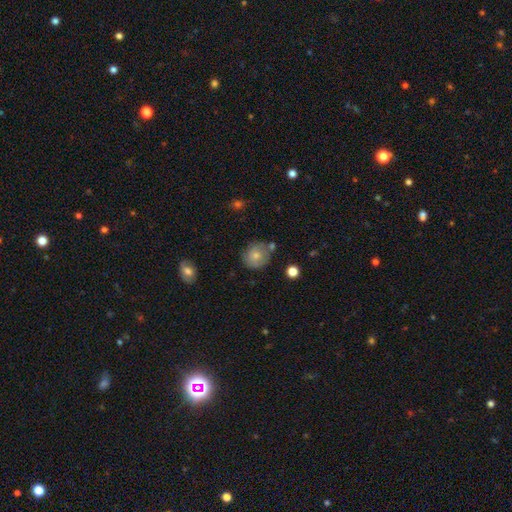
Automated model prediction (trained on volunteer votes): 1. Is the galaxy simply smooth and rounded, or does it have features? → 73% smooth, 19% featured or disk, 9% star or artifact.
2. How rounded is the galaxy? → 78% round, 21% in between, 1% cigar-shaped.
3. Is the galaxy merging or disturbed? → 67% none, 20% minor disturbance, 8% merger, 5% major disturbance.